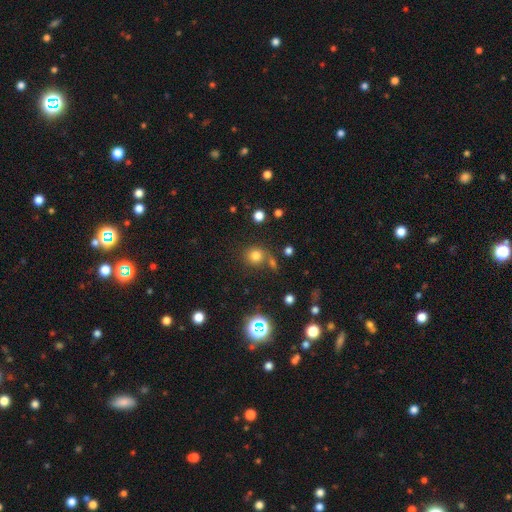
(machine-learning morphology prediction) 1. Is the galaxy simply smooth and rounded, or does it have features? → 76% smooth, 17% star or artifact, 7% featured or disk.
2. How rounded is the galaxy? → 87% round, 12% in between, 1% cigar-shaped.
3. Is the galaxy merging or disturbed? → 69% none, 15% merger, 11% minor disturbance, 5% major disturbance.